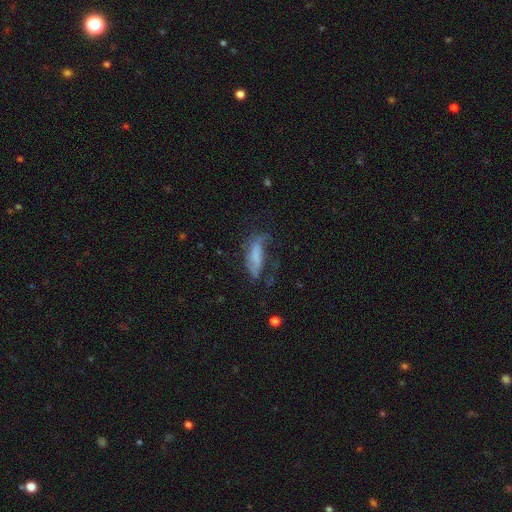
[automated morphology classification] Smooth or featured?
  - smooth: 48% *
  - featured or disk: 41%
  - star or artifact: 11%
Merging?
  - none: 36% *
  - major disturbance: 34%
  - minor disturbance: 27%
  - merger: 3%